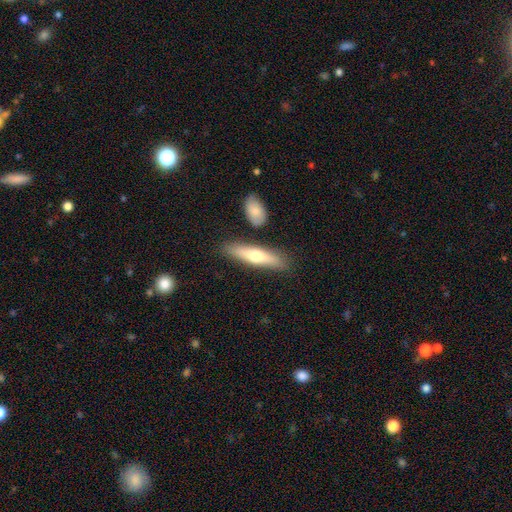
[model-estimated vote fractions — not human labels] The model was most divided on "smooth or featured": smooth: 59%, featured or disk: 36%, star or artifact: 6%. More confident: merging — none (82%); how rounded — cigar-shaped (73%).